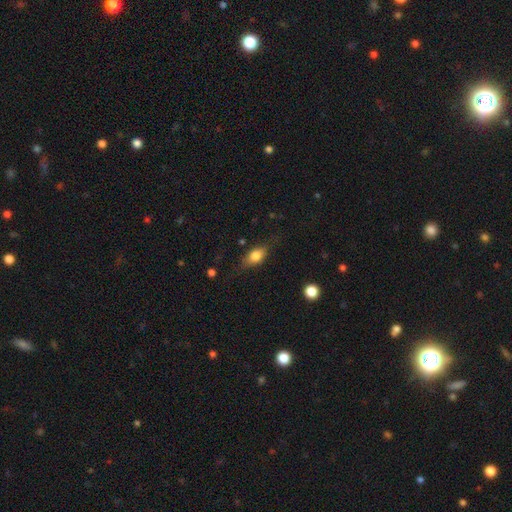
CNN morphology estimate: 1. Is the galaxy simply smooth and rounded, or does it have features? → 74% smooth, 18% featured or disk, 8% star or artifact.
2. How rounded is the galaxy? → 79% in between, 12% round, 9% cigar-shaped.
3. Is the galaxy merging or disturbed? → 71% none, 21% minor disturbance, 7% major disturbance, 2% merger.